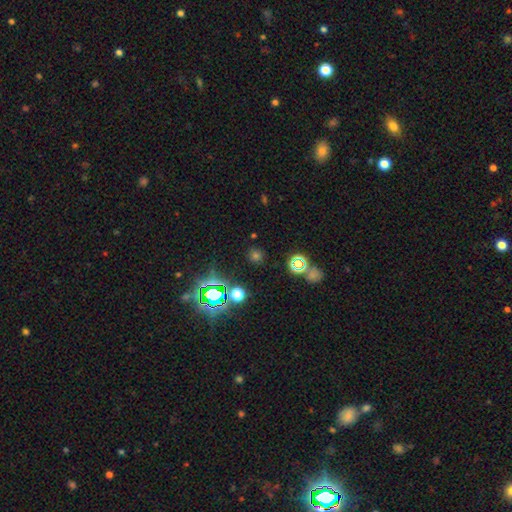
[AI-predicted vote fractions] The model was most divided on "smooth or featured": smooth: 47%, star or artifact: 46%, featured or disk: 7%. More confident: merging — none (84%).